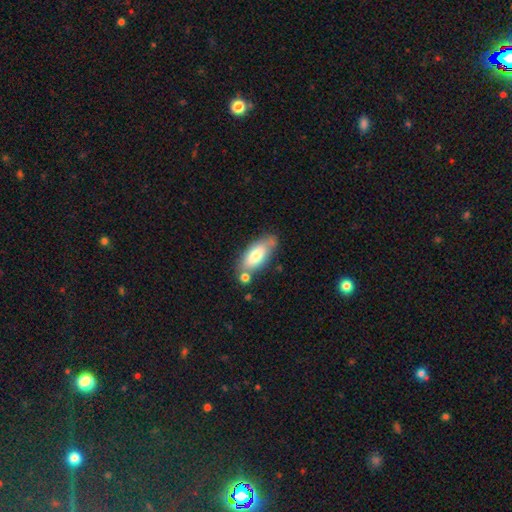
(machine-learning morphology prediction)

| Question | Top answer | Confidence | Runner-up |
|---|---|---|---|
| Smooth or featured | smooth | 72% | featured or disk (22%) |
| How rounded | in between | 82% | cigar-shaped (15%) |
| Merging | none | 62% | minor disturbance (18%) |